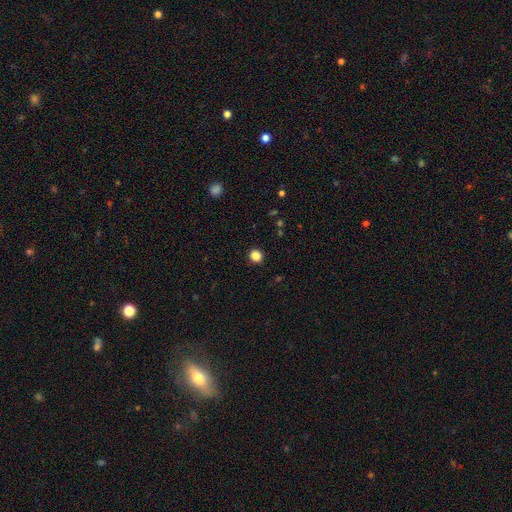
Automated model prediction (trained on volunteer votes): The model was most divided on "smooth or featured": smooth: 86%, star or artifact: 12%, featured or disk: 3%. More confident: merging — none (92%); how rounded — round (90%).